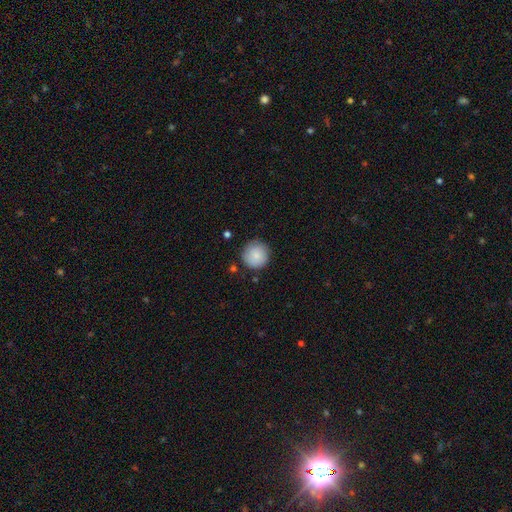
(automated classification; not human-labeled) Overall: smooth (85%). How rounded: round (95%). Merging: none (85%).